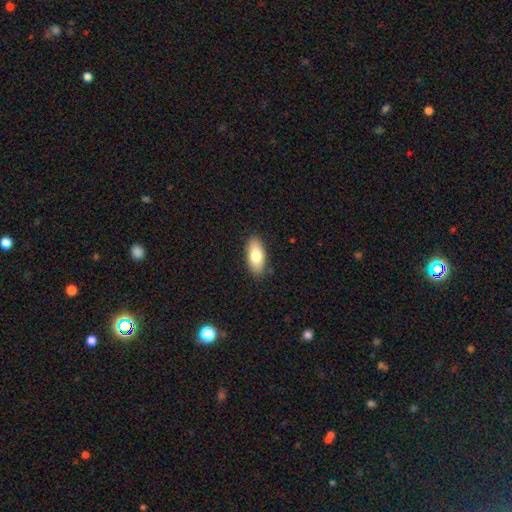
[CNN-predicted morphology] Overall: smooth (79%). How rounded: in between (89%). Merging: none (87%).